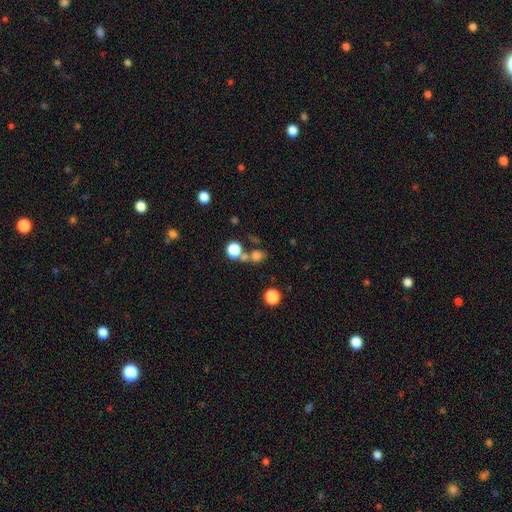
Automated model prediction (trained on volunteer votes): This is likely a smooth galaxy (71%). How rounded: likely round (66%). Merging: possibly none (54%).